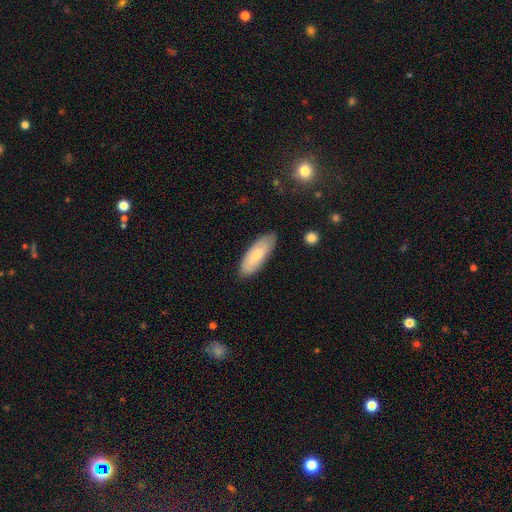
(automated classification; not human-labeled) Smooth or featured? Predicted: smooth (p=0.72). How rounded? Predicted: in between (p=0.68). Merging? Predicted: none (p=0.81).